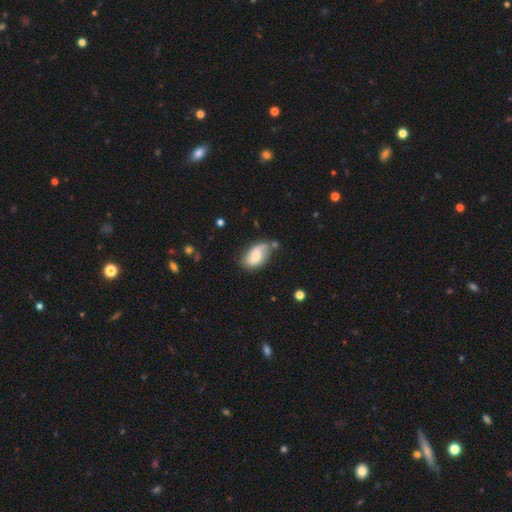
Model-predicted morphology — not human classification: Q: Smooth or featured?
A: smooth (48%); runner-up: featured or disk (44%)
Q: Merging?
A: none (55%); runner-up: minor disturbance (28%)